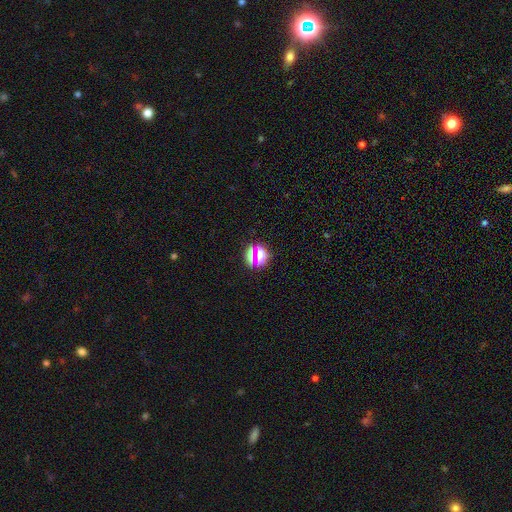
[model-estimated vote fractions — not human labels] This appears to be a star or artifact, not a galaxy (47%).